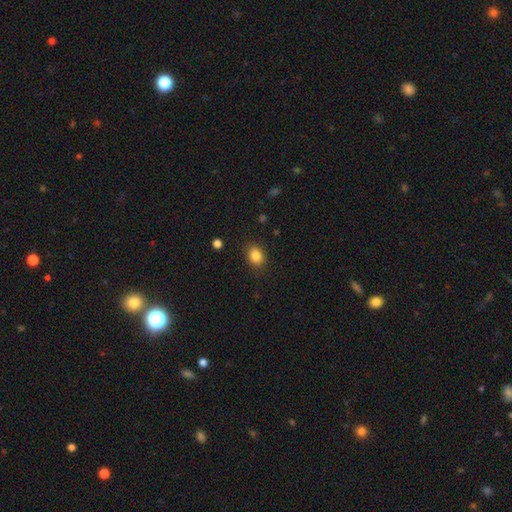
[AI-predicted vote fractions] Q: Smooth or featured?
A: smooth (85%); runner-up: star or artifact (10%)
Q: How rounded?
A: in between (58%); runner-up: round (41%)
Q: Merging?
A: none (86%); runner-up: minor disturbance (10%)